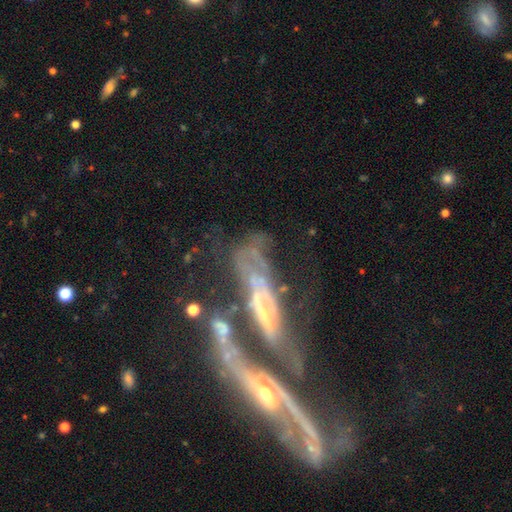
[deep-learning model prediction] Morphology: type=featured or disk (72%); edge-on=no (73%); bar=no (54%); spiral arms=yes (61%); bulge=small (39%); merging=merger (53%).